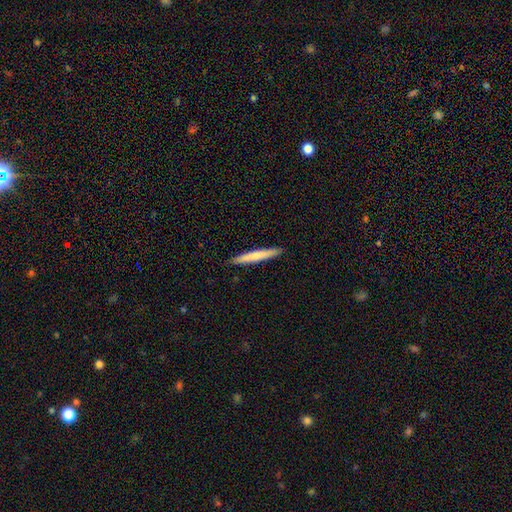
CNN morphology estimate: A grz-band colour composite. It shows a smooth galaxy with no disk features (65%) that is cigar-shaped (96%). Merging: none (91%).